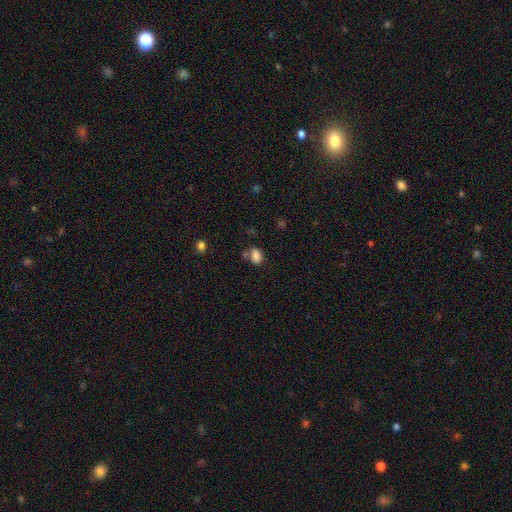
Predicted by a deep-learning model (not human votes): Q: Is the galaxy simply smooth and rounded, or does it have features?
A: smooth — 82%.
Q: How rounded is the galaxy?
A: in between — 73%.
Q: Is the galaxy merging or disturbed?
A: none — 54%.